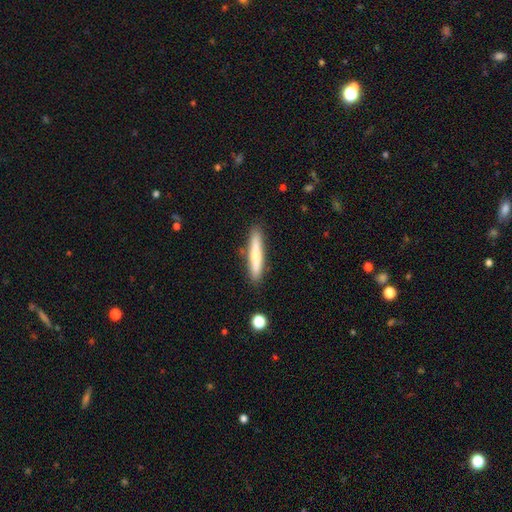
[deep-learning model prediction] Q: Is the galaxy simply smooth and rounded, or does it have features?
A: smooth — 63%.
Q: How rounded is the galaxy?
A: cigar-shaped — 93%.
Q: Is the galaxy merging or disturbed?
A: none — 87%.